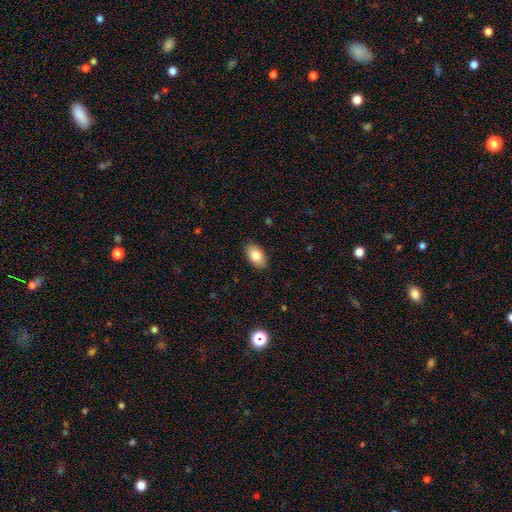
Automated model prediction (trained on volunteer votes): Smooth or featured?
  - smooth: 83% *
  - featured or disk: 9%
  - star or artifact: 7%
How rounded?
  - in between: 92% *
  - round: 6%
  - cigar-shaped: 1%
Merging?
  - none: 88% *
  - minor disturbance: 9%
  - major disturbance: 2%
  - merger: 1%